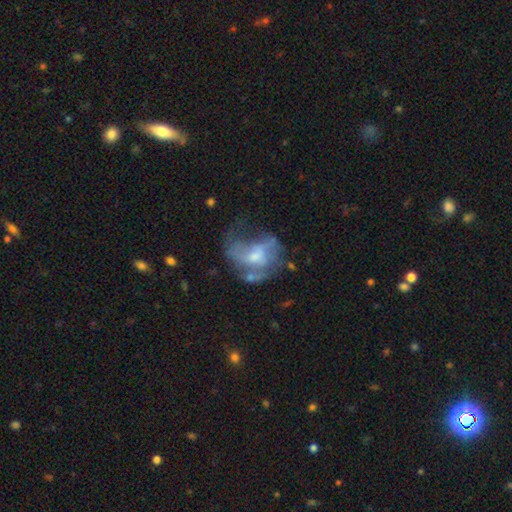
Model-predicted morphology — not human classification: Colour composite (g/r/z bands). It shows a featured or disk galaxy (62%) with no bar (60%), no spiral arms (51%) and a moderate central bulge (41%). Merging: major disturbance (43%).